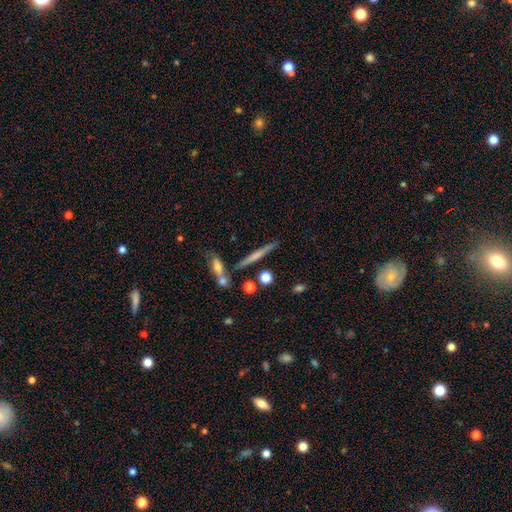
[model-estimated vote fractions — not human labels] smooth_or_featured: featured or disk (p=0.46) [tied with: smooth p=0.46]
merging: none (p=0.75) [alt: merger p=0.12]